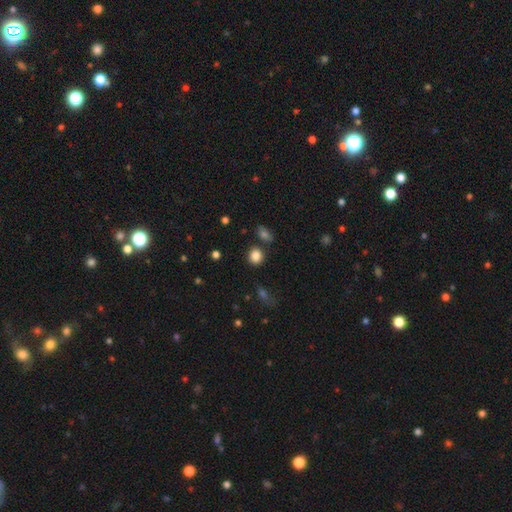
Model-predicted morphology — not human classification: type=smooth (85%); roundness=round (75%); merging=none (80%).